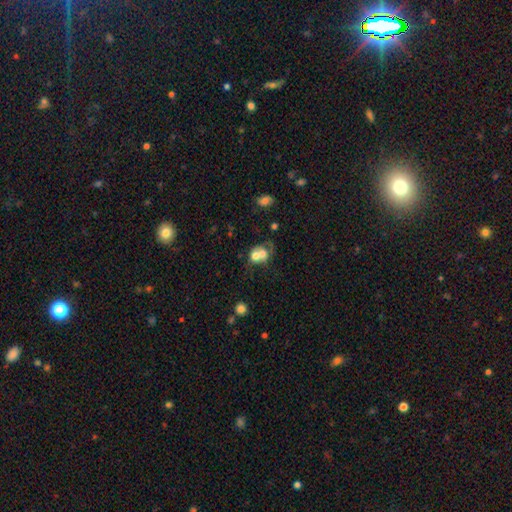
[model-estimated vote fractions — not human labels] This is likely a smooth galaxy (62%). How rounded: possibly round (60%). Merging: likely merger (68%).